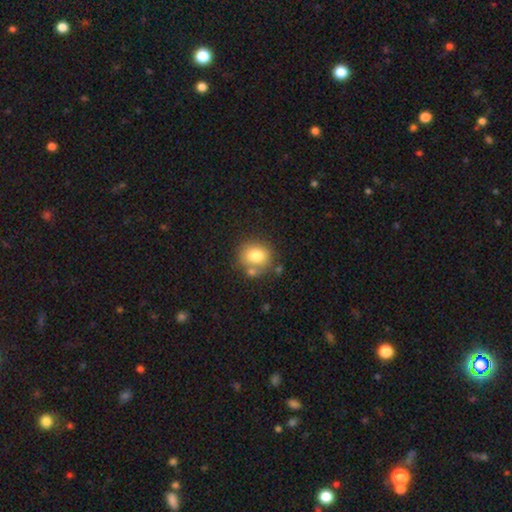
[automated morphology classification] A smooth galaxy with no disk features (79%) that is round (69%).

Vote fractions:
- Smooth or featured? smooth: 79% / featured or disk: 12% / star or artifact: 9%
- How rounded? round: 69% / in between: 30% / cigar-shaped: 1%
- Merging? none: 64% / merger: 16% / minor disturbance: 15% / major disturbance: 5%